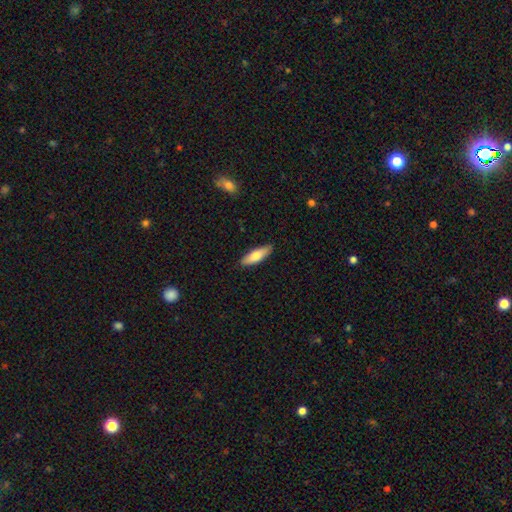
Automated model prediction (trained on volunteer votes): A smooth galaxy with no disk features (73%) that is in between round and cigar-shaped (50%). Merging: none (88%).